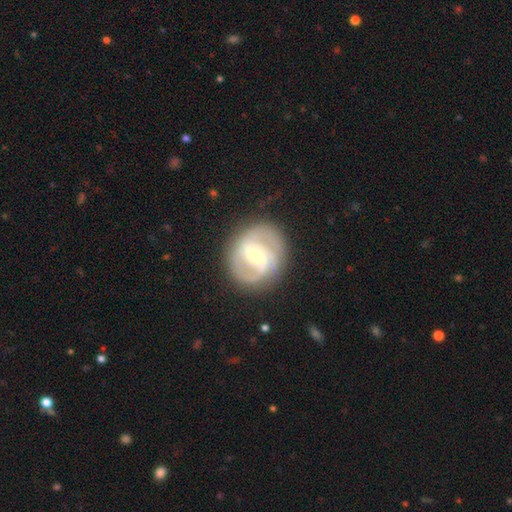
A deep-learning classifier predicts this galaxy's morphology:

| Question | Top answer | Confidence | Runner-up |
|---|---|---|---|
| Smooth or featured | featured or disk | 86% | smooth (9%) |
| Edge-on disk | no | 98% | yes (2%) |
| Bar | weak | 52% | strong (26%) |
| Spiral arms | yes | 95% | no (5%) |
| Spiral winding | medium | 46% | tight (41%) |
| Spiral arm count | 2 | 59% | 3 (21%) |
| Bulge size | moderate | 56% | small (39%) |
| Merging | none | 82% | minor disturbance (12%) |